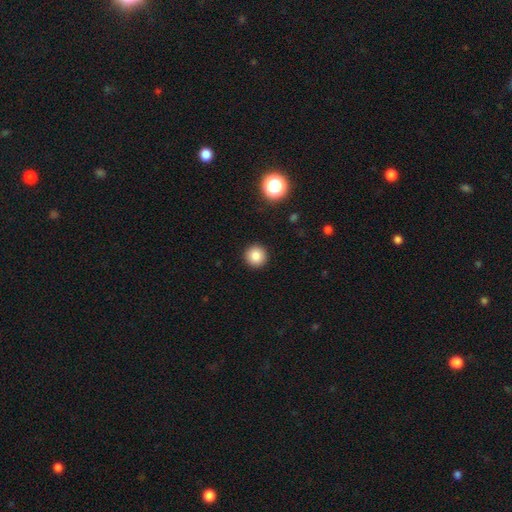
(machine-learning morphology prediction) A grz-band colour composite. It shows a smooth galaxy with no disk features (85%) that is round (95%). Merging: none (92%).